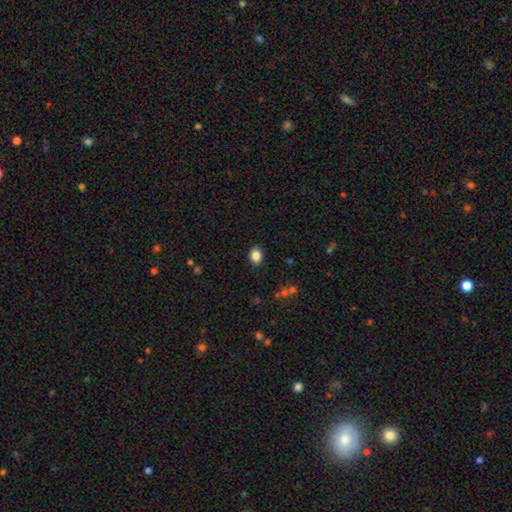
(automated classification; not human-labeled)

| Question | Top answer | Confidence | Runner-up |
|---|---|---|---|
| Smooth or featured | smooth | 86% | star or artifact (9%) |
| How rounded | in between | 63% | round (36%) |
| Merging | none | 88% | minor disturbance (9%) |